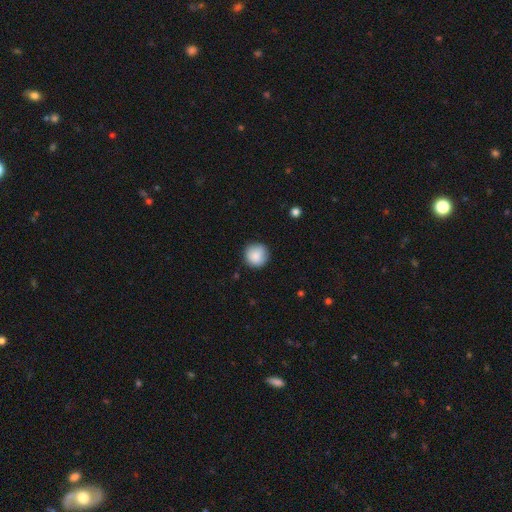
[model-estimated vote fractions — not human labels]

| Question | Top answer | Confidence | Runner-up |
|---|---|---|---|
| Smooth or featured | smooth | 87% | star or artifact (8%) |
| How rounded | round | 95% | in between (4%) |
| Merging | none | 86% | minor disturbance (11%) |